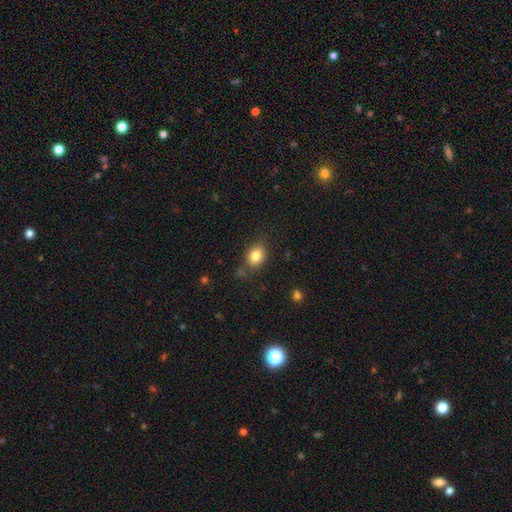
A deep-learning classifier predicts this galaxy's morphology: This is clearly a smooth galaxy (83%). How rounded: possibly round (50%). Merging: likely none (79%).